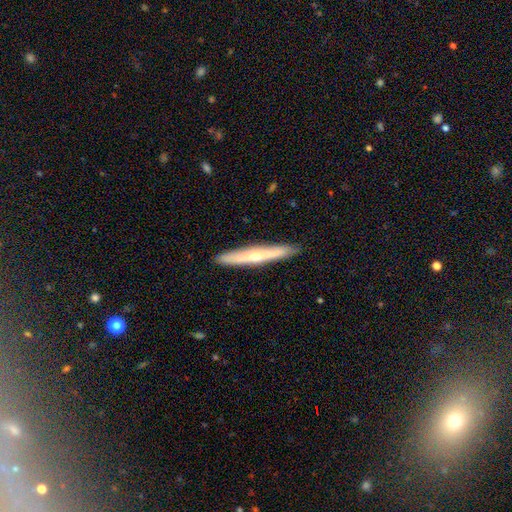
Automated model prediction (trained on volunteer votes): smooth_or_featured: featured or disk (p=0.59) [alt: smooth p=0.35]
disk_edge_on: yes (p=0.93) [alt: no p=0.07]
edge_on_bulge: rounded (p=0.81) [alt: none p=0.17]
merging: none (p=0.91) [alt: minor disturbance p=0.07]